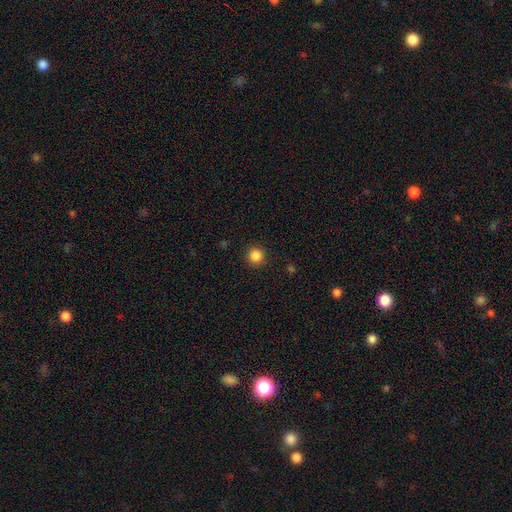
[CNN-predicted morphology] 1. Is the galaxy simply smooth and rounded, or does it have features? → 86% smooth, 11% star or artifact, 3% featured or disk.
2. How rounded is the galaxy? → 95% round, 4% in between, 1% cigar-shaped.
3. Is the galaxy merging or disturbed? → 92% none, 5% minor disturbance, 2% major disturbance, 1% merger.